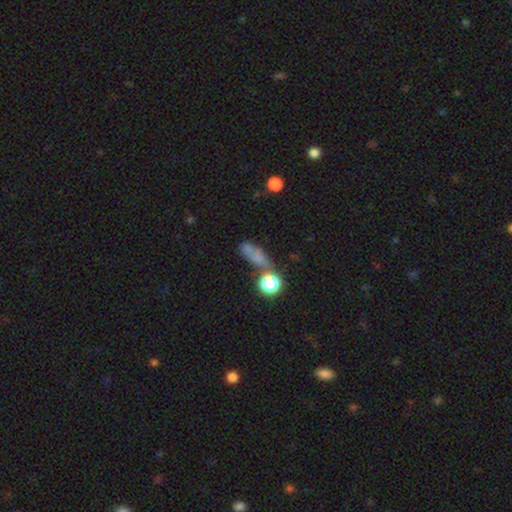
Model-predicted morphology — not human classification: This is likely a smooth galaxy (61%). How rounded: possibly in between (53%). Merging: marginally none (39%).